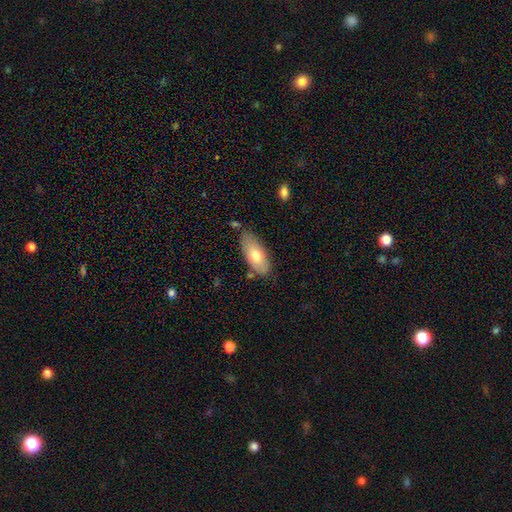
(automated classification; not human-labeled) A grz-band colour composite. It shows a smooth galaxy with no disk features (71%) that is in between round and cigar-shaped (87%). Merging: none (71%).